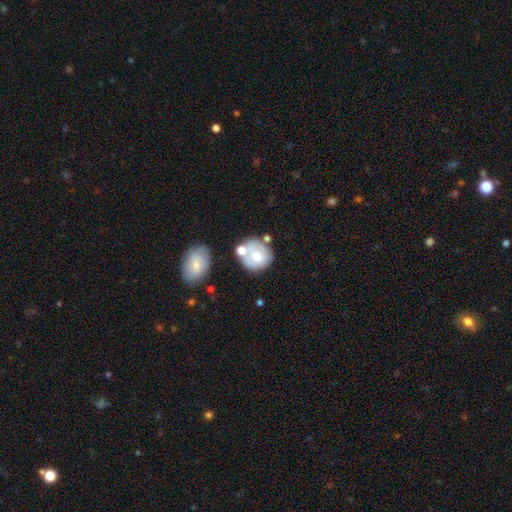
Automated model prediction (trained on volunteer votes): smooth 62%, featured or disk 31%, star or artifact 8%. Down the decision tree: how rounded — round (79%); merging — none (52%).